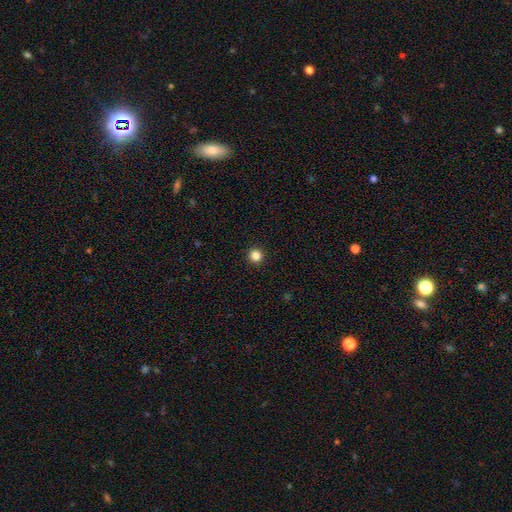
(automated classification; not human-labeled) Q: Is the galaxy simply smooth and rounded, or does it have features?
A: smooth — 85%.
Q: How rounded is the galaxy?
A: round — 96%.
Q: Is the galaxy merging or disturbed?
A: none — 94%.